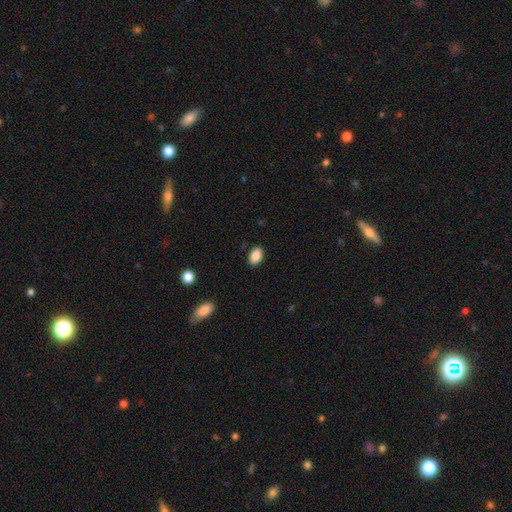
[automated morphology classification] Smooth or featured: smooth — 89% (star or artifact — 8%)
How rounded: in between — 87% (round — 12%)
Merging: none — 88% (minor disturbance — 9%)